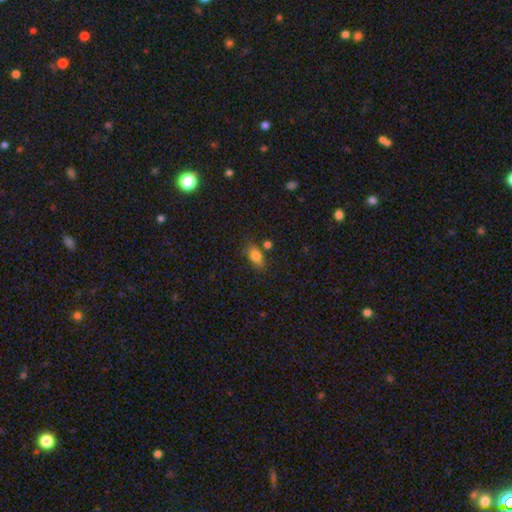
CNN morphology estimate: type=smooth (80%); roundness=in between (82%); merging=none (72%).